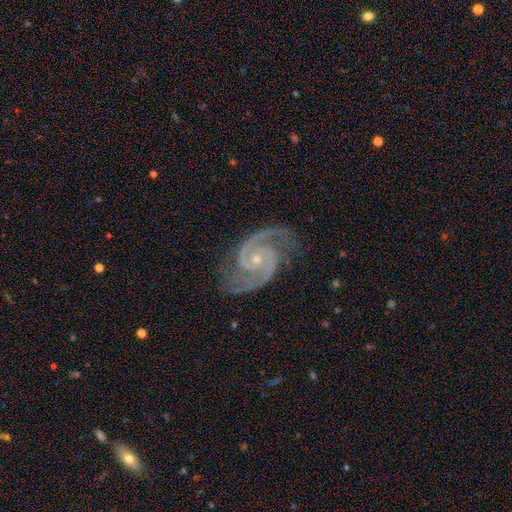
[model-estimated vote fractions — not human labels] Q: Smooth or featured?
A: featured or disk (92%); runner-up: star or artifact (6%)
Q: Edge-on disk?
A: no (98%); runner-up: yes (2%)
Q: Bar?
A: no (58%); runner-up: weak (30%)
Q: Spiral arms?
A: yes (99%); runner-up: no (1%)
Q: Spiral winding?
A: medium (53%); runner-up: tight (40%)
Q: Spiral arm count?
A: 2 (90%); runner-up: 3 (4%)
Q: Bulge size?
A: small (75%); runner-up: moderate (20%)
Q: Merging?
A: none (82%); runner-up: minor disturbance (12%)